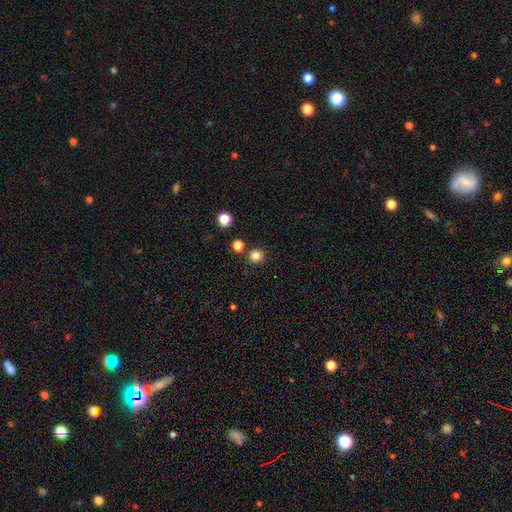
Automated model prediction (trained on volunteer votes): Smooth or featured? smooth (83%)
How rounded? round (92%)
Merging? none (86%)